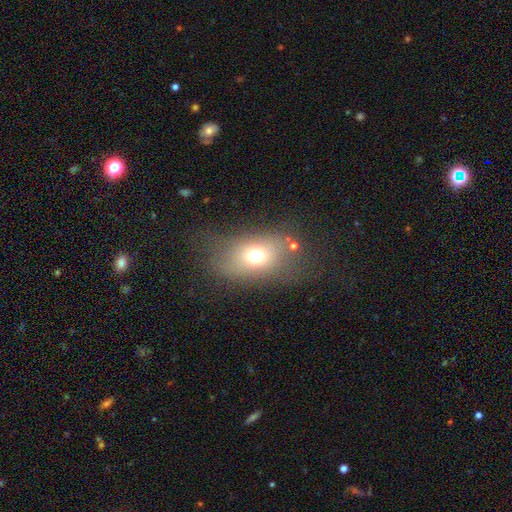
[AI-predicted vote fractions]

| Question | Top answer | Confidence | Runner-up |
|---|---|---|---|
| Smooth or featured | smooth | 68% | featured or disk (17%) |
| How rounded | in between | 69% | round (29%) |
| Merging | none | 65% | minor disturbance (18%) |